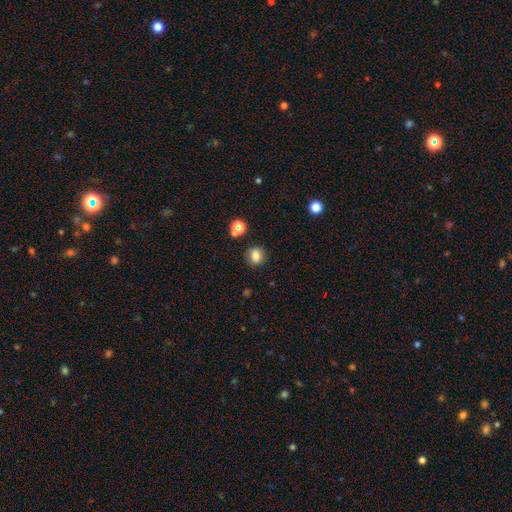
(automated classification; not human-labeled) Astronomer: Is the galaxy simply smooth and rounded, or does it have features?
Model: smooth — 79%.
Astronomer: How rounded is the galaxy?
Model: round — 61% (runner-up: in between, 38%).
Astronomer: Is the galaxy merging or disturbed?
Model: none — 81%.